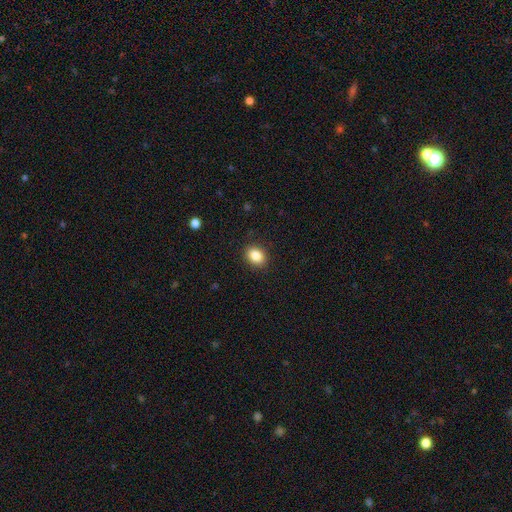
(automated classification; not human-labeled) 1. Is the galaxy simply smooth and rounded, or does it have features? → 86% smooth, 9% star or artifact, 5% featured or disk.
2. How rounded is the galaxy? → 60% in between, 39% round, 1% cigar-shaped.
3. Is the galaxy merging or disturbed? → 89% none, 8% minor disturbance, 2% major disturbance, 1% merger.